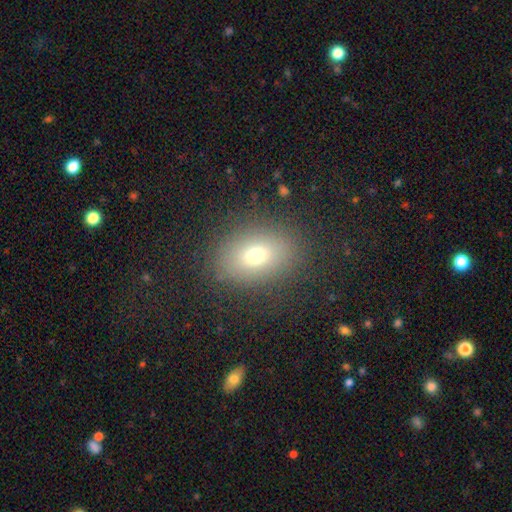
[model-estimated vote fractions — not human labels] Smooth or featured? Predicted: smooth (p=0.70). How rounded? Predicted: in between (p=0.68). Merging? Predicted: none (p=0.84).